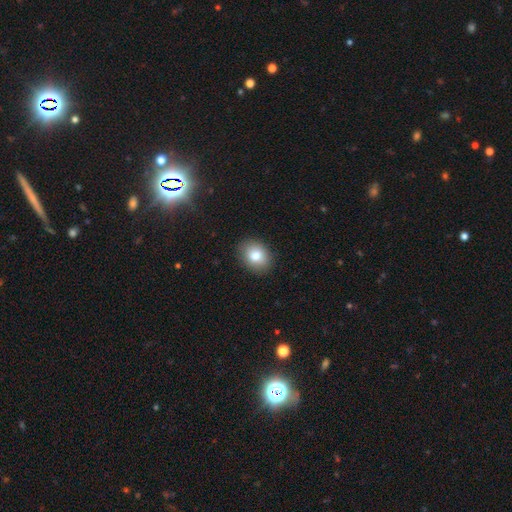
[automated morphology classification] A smooth galaxy with no disk features (82%) that is in between round and cigar-shaped (59%).

Vote fractions:
- Smooth or featured? smooth: 82% / featured or disk: 9% / star or artifact: 9%
- How rounded? in between: 59% / round: 40% / cigar-shaped: 1%
- Merging? none: 88% / minor disturbance: 9% / major disturbance: 2% / merger: 1%